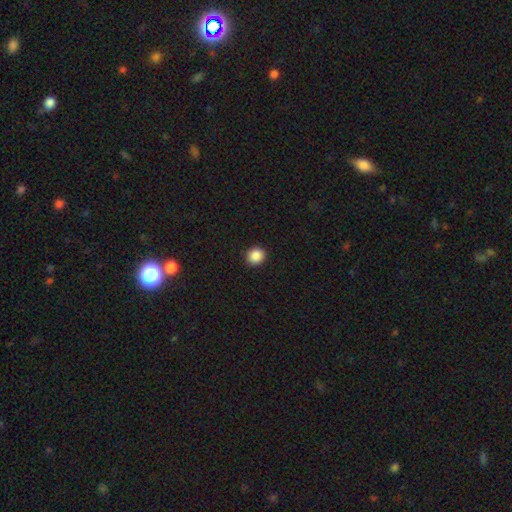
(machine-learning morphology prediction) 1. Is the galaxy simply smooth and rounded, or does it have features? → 88% smooth, 9% star or artifact, 3% featured or disk.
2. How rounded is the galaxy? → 86% round, 13% in between, 1% cigar-shaped.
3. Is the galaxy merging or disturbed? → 92% none, 5% minor disturbance, 2% major disturbance, 1% merger.